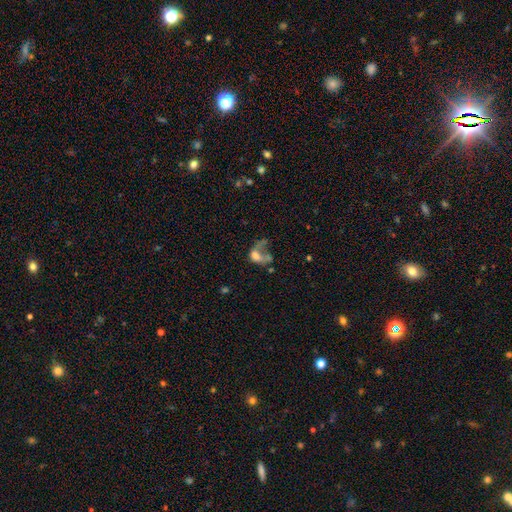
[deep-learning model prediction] A smooth galaxy with no disk features (46%). Merging: major disturbance (50%).